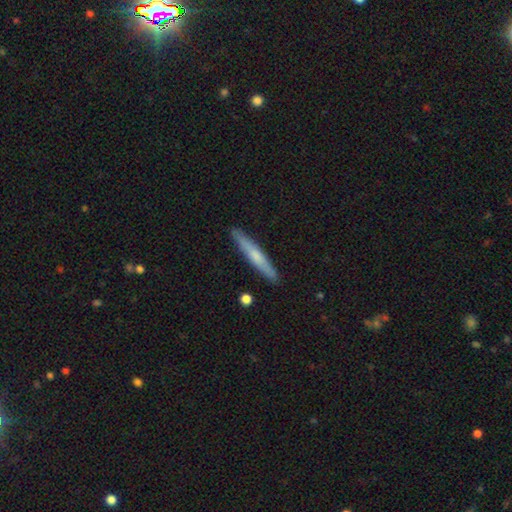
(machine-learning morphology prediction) A smooth galaxy with no disk features (55%) that is cigar-shaped (95%).

Vote fractions:
- Smooth or featured? smooth: 55% / featured or disk: 39% / star or artifact: 6%
- How rounded? cigar-shaped: 95% / in between: 4% / round: 1%
- Merging? none: 90% / minor disturbance: 7% / major disturbance: 1% / merger: 1%